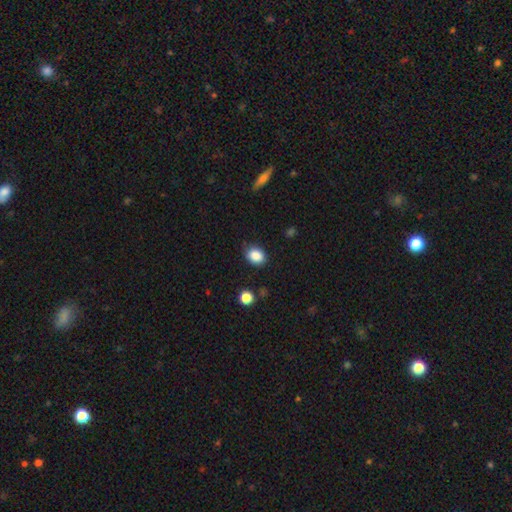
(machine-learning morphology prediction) A smooth galaxy with no disk features (87%) that is in between round and cigar-shaped (59%).

Vote fractions:
- Smooth or featured? smooth: 87% / star or artifact: 9% / featured or disk: 4%
- How rounded? in between: 59% / round: 40% / cigar-shaped: 1%
- Merging? none: 83% / minor disturbance: 13% / major disturbance: 3% / merger: 2%